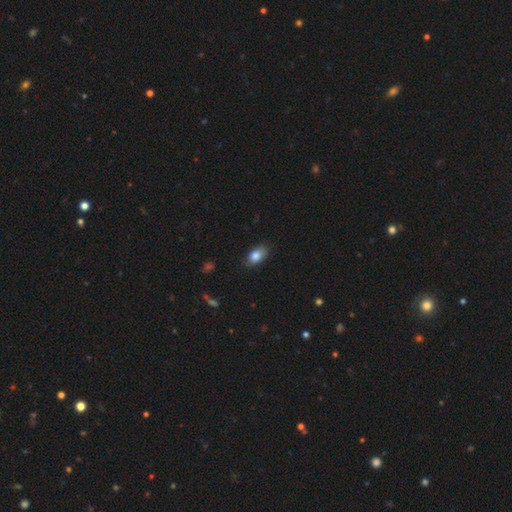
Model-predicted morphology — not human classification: Smooth or featured?
  - smooth: 84% *
  - featured or disk: 9%
  - star or artifact: 8%
How rounded?
  - in between: 89% *
  - round: 8%
  - cigar-shaped: 3%
Merging?
  - none: 81% *
  - minor disturbance: 15%
  - major disturbance: 3%
  - merger: 1%